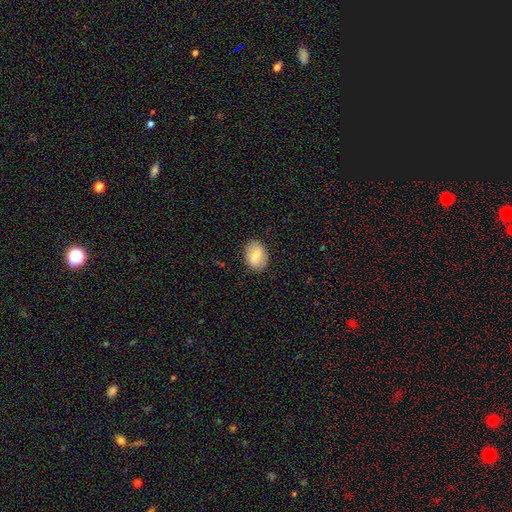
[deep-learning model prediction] A smooth galaxy with no disk features (67%) that is in between round and cigar-shaped (75%). Merging: none (86%).